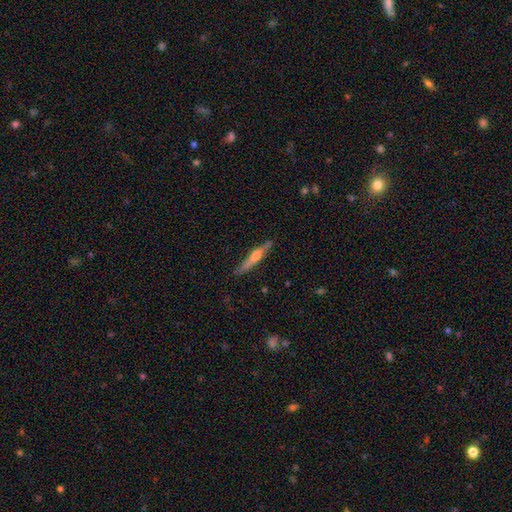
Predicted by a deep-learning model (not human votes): Q: Smooth or featured?
A: featured or disk (58%); runner-up: smooth (36%)
Q: Edge-on disk?
A: yes (95%); runner-up: no (5%)
Q: Edge-on bulge?
A: rounded (80%); runner-up: none (12%)
Q: Merging?
A: none (80%); runner-up: minor disturbance (15%)